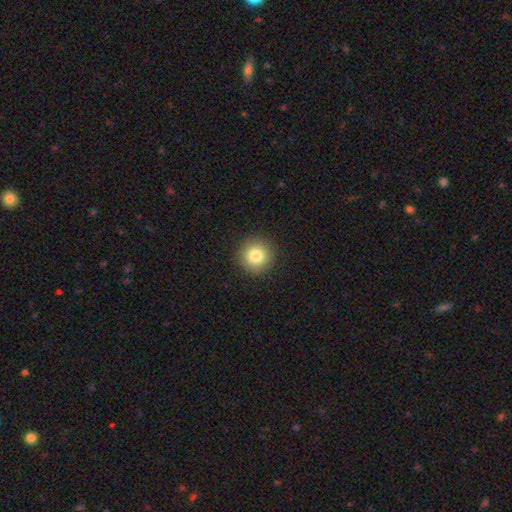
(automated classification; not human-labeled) Smooth or featured? smooth (82%)
How rounded? round (94%)
Merging? none (92%)